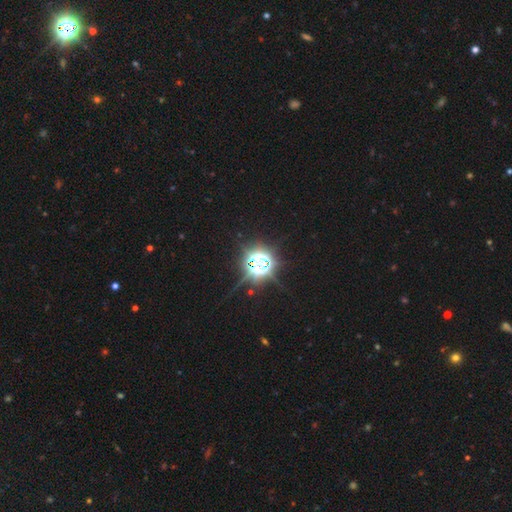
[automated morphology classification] A star or artifact, not a galaxy (83%).

Vote fractions:
- Smooth or featured? star or artifact: 83% / smooth: 11% / featured or disk: 5%